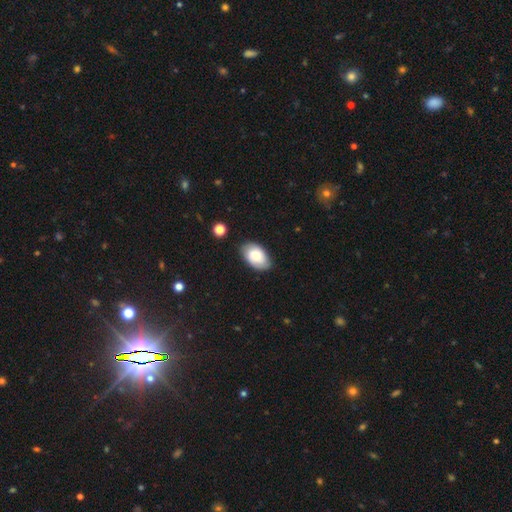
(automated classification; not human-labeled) This is likely a smooth galaxy (67%). How rounded: clearly in between (92%). Merging: likely none (79%).